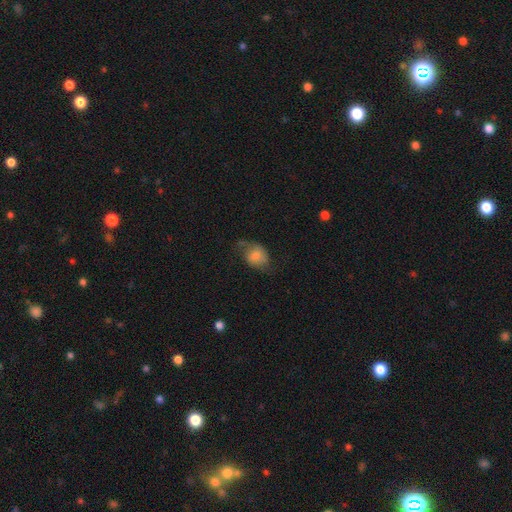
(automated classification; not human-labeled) This appears to be a smooth galaxy with no disk features (65%) that is in between round and cigar-shaped (64%). Merging: none (50%).